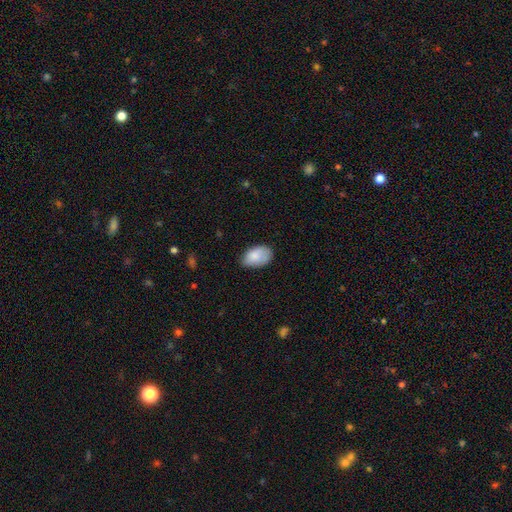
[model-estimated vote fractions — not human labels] smooth_or_featured: smooth (p=0.84) [alt: featured or disk p=0.09]
how_rounded: in between (p=0.91) [alt: round p=0.08]
merging: none (p=0.63) [alt: minor disturbance p=0.30]